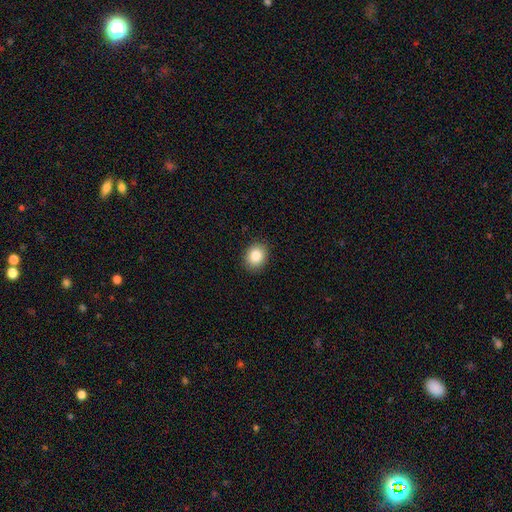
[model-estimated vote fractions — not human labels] smooth-or-featured: smooth: 85% | star or artifact: 9% | featured or disk: 6%
  how-rounded: round: 55% | in between: 44% | cigar-shaped: 1%
  merging: none: 90% | minor disturbance: 7% | major disturbance: 2% | merger: 1%